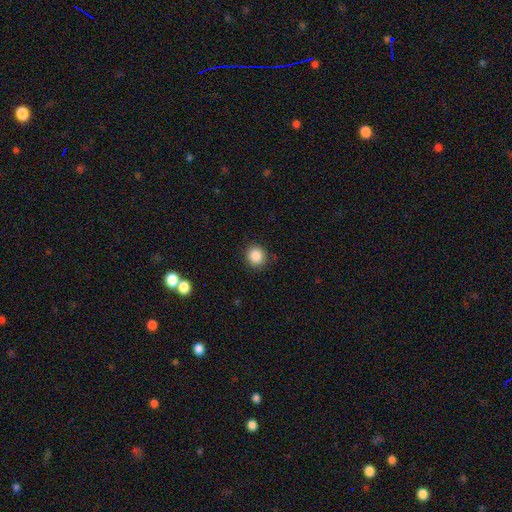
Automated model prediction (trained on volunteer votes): Smooth or featured? smooth (87%)
How rounded? round (84%)
Merging? none (88%)